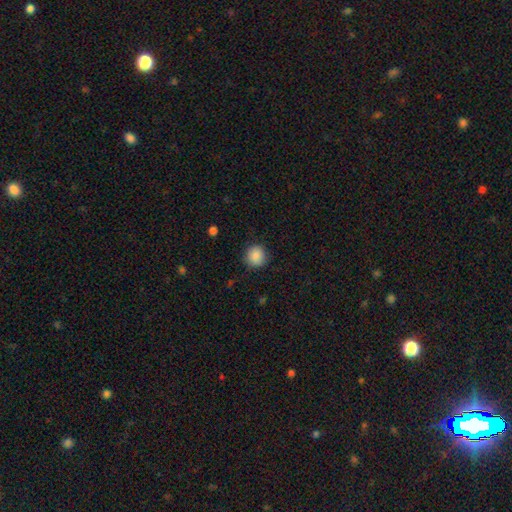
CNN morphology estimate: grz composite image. It shows a smooth galaxy with no disk features (87%) that is round (90%). Merging: none (86%).